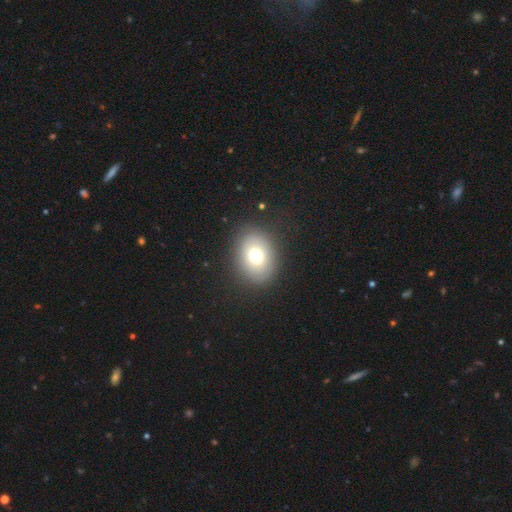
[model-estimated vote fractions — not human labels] Smooth or featured? smooth (71%)
How rounded? in between (53%)
Merging? none (86%)